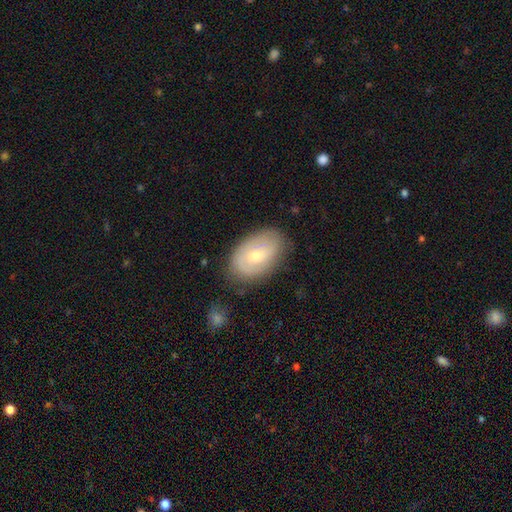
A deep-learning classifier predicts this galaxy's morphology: The model was most divided on "smooth or featured": featured or disk: 48%, smooth: 45%, star or artifact: 7%. More confident: merging — none (76%).